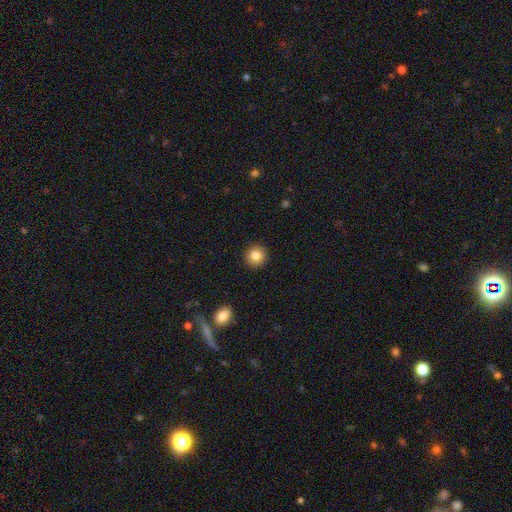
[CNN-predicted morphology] A smooth galaxy with no disk features (83%) that is round (94%).

Vote fractions:
- Smooth or featured? smooth: 83% / star or artifact: 10% / featured or disk: 7%
- How rounded? round: 94% / in between: 5% / cigar-shaped: 1%
- Merging? none: 93% / minor disturbance: 5% / major disturbance: 2% / merger: 1%